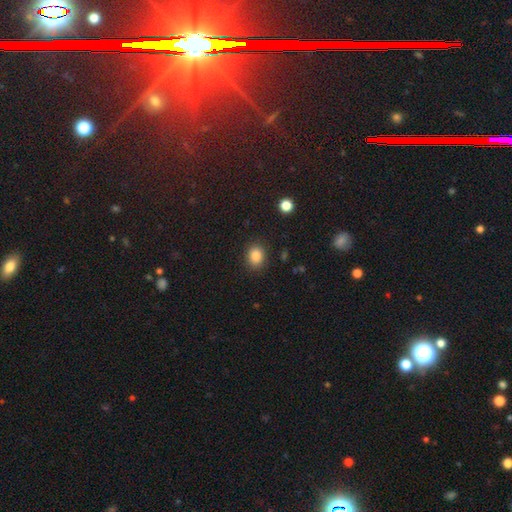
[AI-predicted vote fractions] smooth-or-featured: smooth: 85% | star or artifact: 10% | featured or disk: 5%
  how-rounded: round: 53% | in between: 46% | cigar-shaped: 1%
  merging: none: 88% | minor disturbance: 8% | major disturbance: 3% | merger: 1%